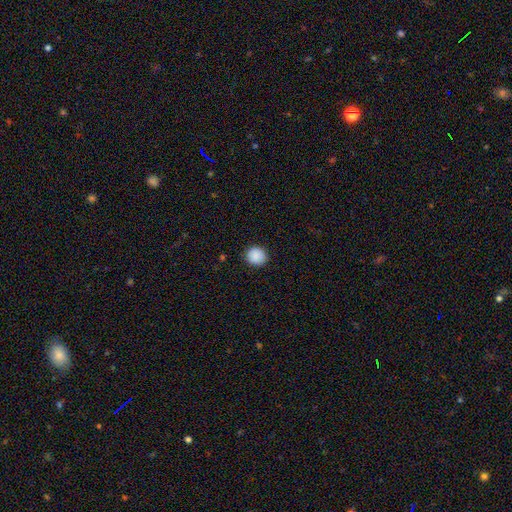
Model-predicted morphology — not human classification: A smooth galaxy with no disk features (89%) that is round (89%). Merging: none (91%).